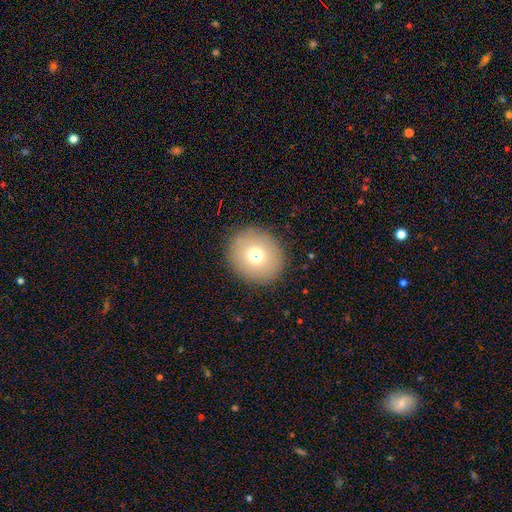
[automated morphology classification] Smooth or featured? smooth (71%)
How rounded? round (80%)
Merging? none (88%)